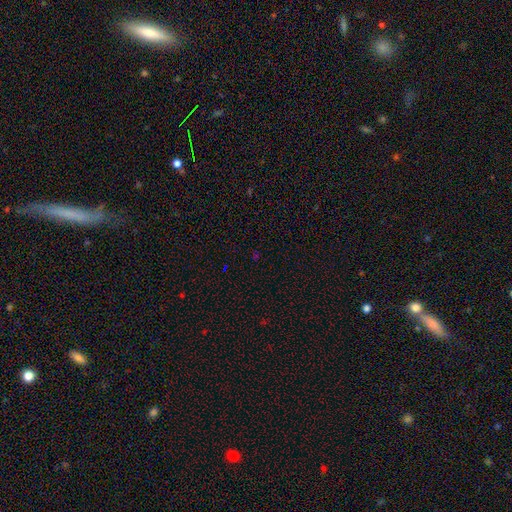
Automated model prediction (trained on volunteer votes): The model was most divided on "smooth or featured": star or artifact: 63%, smooth: 29%, featured or disk: 7%.